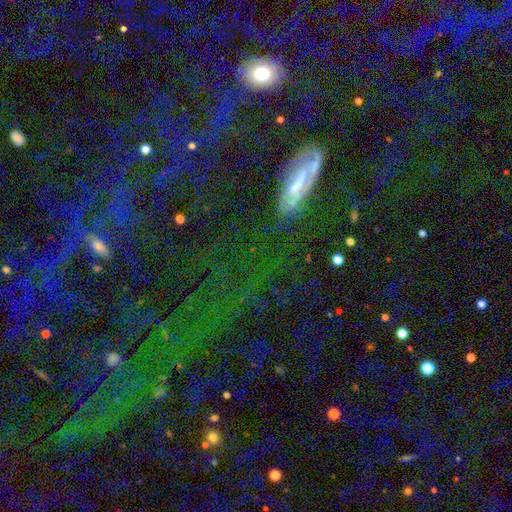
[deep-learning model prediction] The model was most divided on "smooth or featured": star or artifact: 59%, smooth: 26%, featured or disk: 15%.